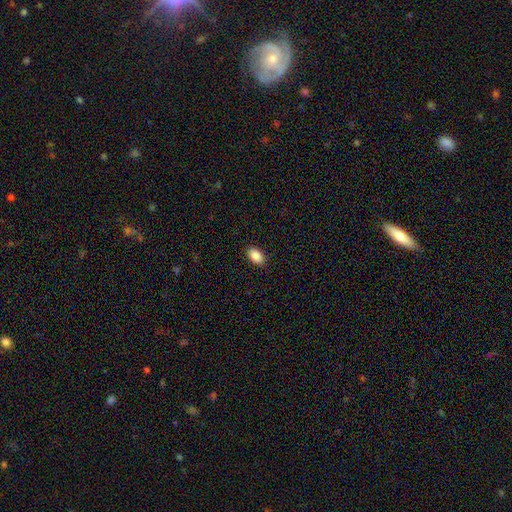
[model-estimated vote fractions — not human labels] Smooth or featured?
  - smooth: 89% *
  - star or artifact: 7%
  - featured or disk: 4%
How rounded?
  - in between: 91% *
  - round: 7%
  - cigar-shaped: 1%
Merging?
  - none: 89% *
  - minor disturbance: 8%
  - major disturbance: 2%
  - merger: 1%